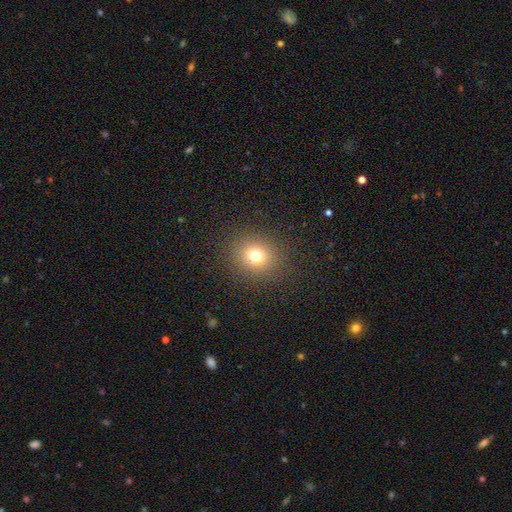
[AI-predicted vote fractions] Overall: smooth (74%). How rounded: round (77%). Merging: none (88%).